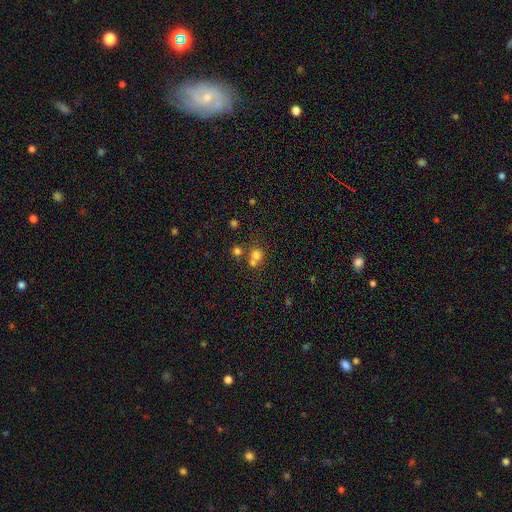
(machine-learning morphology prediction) smooth-or-featured: smooth: 71% | star or artifact: 17% | featured or disk: 12%
  how-rounded: round: 85% | in between: 14% | cigar-shaped: 1%
  merging: none: 46% | merger: 44% | minor disturbance: 7% | major disturbance: 3%